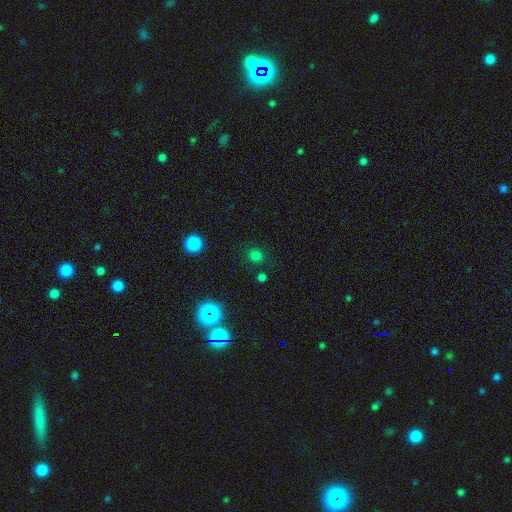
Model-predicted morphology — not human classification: type=smooth (73%); roundness=round (80%); merging=none (83%).